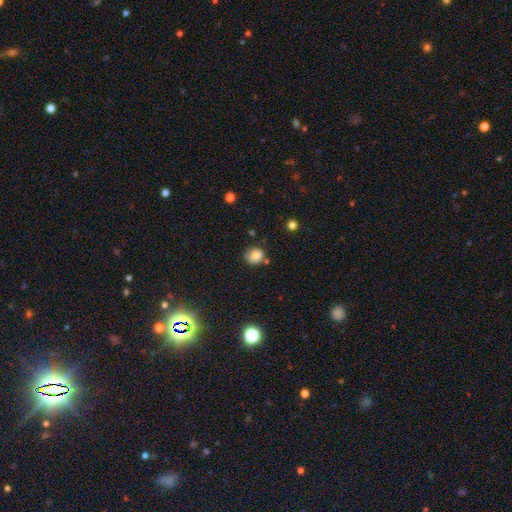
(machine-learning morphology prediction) smooth_or_featured: smooth (p=0.78) [alt: star or artifact p=0.12]
how_rounded: round (p=0.82) [alt: in between p=0.17]
merging: none (p=0.65) [alt: minor disturbance p=0.22]